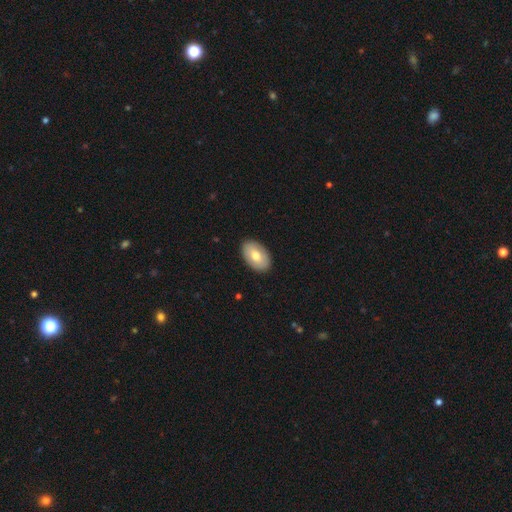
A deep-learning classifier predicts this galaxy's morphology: smooth_or_featured: smooth (p=0.70) [alt: featured or disk p=0.24]
how_rounded: in between (p=0.92) [alt: round p=0.07]
merging: none (p=0.90) [alt: minor disturbance p=0.08]